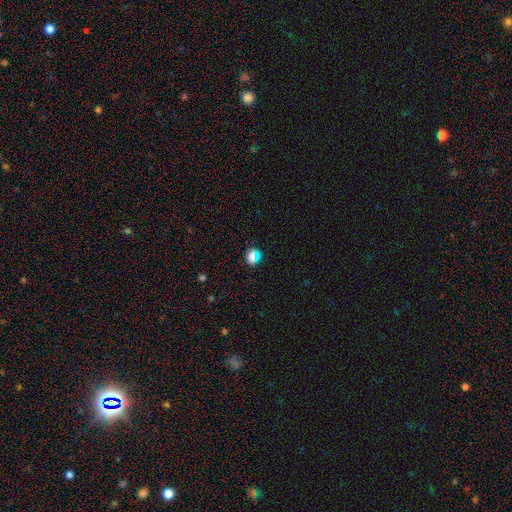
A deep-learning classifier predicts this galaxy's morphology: smooth 65%, star or artifact 27%, featured or disk 8%. Down the decision tree: how rounded — round (82%); merging — none (87%).